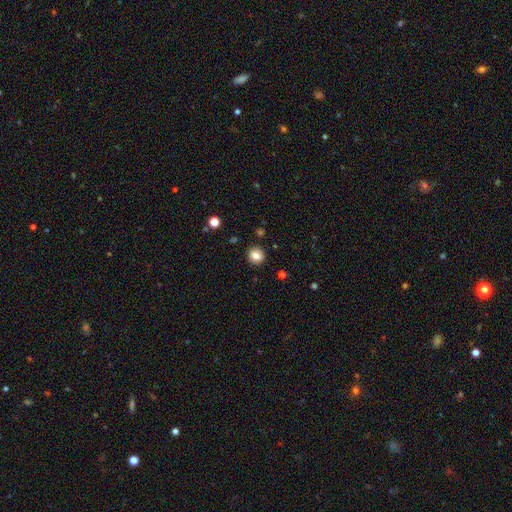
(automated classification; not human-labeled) Q: Smooth or featured?
A: smooth (82%); runner-up: star or artifact (10%)
Q: How rounded?
A: round (84%); runner-up: in between (15%)
Q: Merging?
A: none (90%); runner-up: minor disturbance (7%)